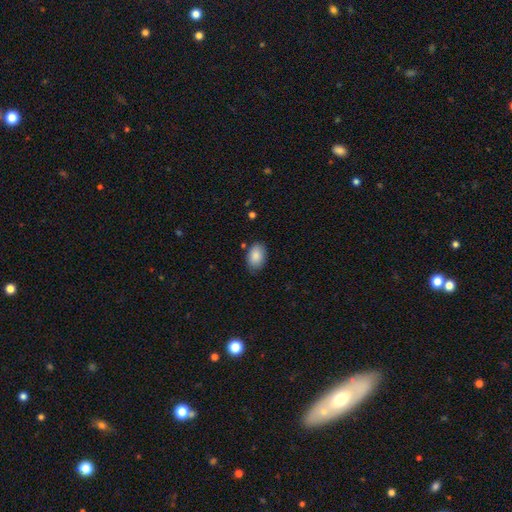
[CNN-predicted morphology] Smooth or featured?
  - smooth: 87% *
  - star or artifact: 7%
  - featured or disk: 6%
How rounded?
  - in between: 88% *
  - round: 11%
  - cigar-shaped: 1%
Merging?
  - none: 80% *
  - minor disturbance: 15%
  - major disturbance: 3%
  - merger: 2%